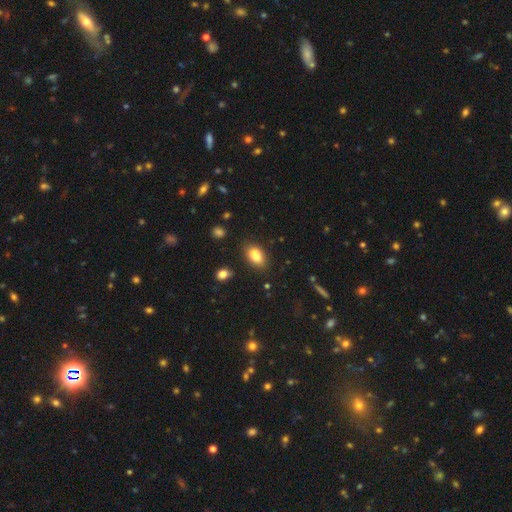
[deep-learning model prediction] Morphology: type=smooth (76%); roundness=in between (82%); merging=none (55%).